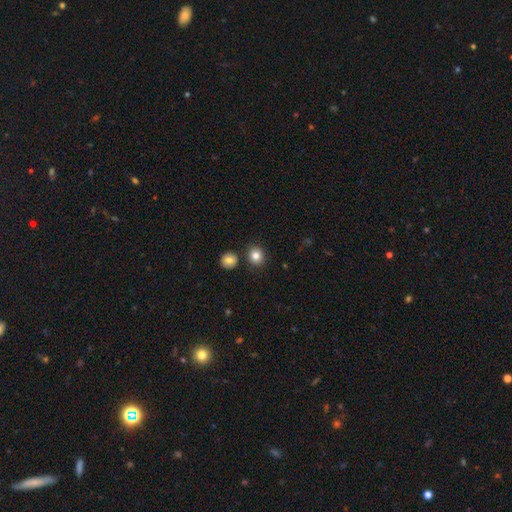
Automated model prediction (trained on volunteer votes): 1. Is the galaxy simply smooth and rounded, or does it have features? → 83% smooth, 11% star or artifact, 6% featured or disk.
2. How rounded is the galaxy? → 84% round, 15% in between, 1% cigar-shaped.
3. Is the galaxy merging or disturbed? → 84% none, 7% minor disturbance, 7% merger, 2% major disturbance.